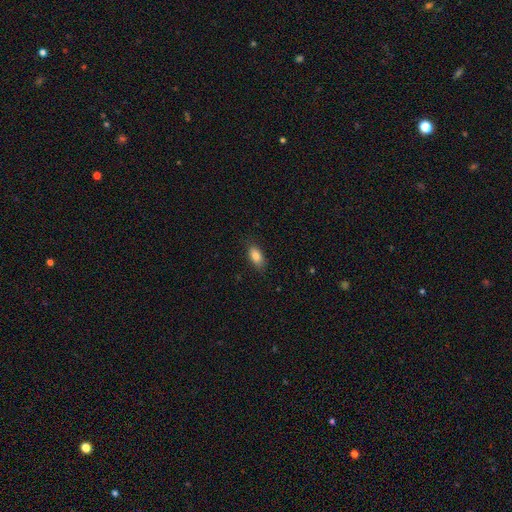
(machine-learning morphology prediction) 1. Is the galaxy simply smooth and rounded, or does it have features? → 84% smooth, 8% featured or disk, 8% star or artifact.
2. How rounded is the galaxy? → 89% in between, 6% cigar-shaped, 5% round.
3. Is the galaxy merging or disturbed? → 84% none, 13% minor disturbance, 3% major disturbance, 1% merger.